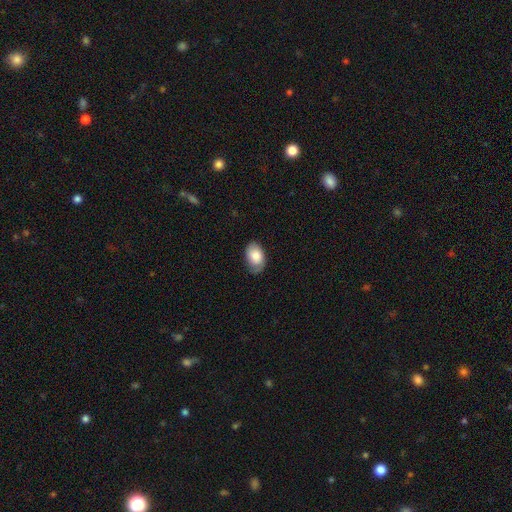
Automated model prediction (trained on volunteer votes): smooth 73%, featured or disk 20%, star or artifact 7%. Down the decision tree: how rounded — in between (87%); merging — none (67%).